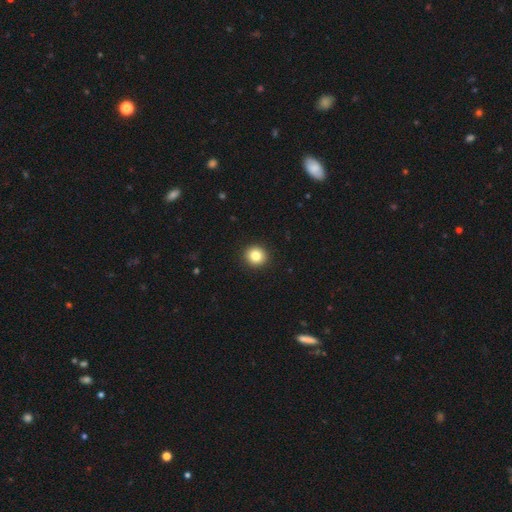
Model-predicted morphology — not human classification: This is clearly a smooth galaxy (84%). How rounded: clearly round (92%). Merging: clearly none (93%).